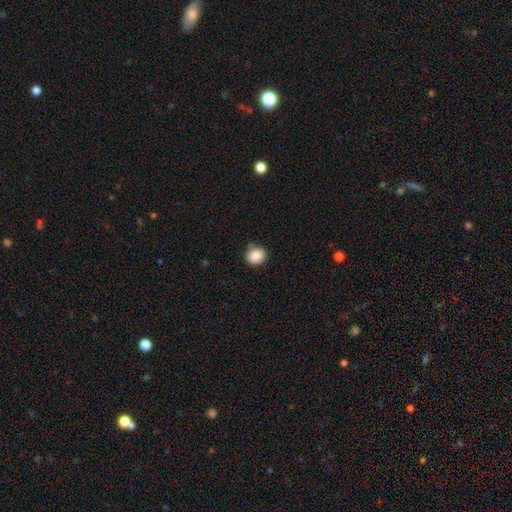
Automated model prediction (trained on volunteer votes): Q: Smooth or featured?
A: smooth (86%); runner-up: star or artifact (9%)
Q: How rounded?
A: round (76%); runner-up: in between (23%)
Q: Merging?
A: none (78%); runner-up: minor disturbance (16%)